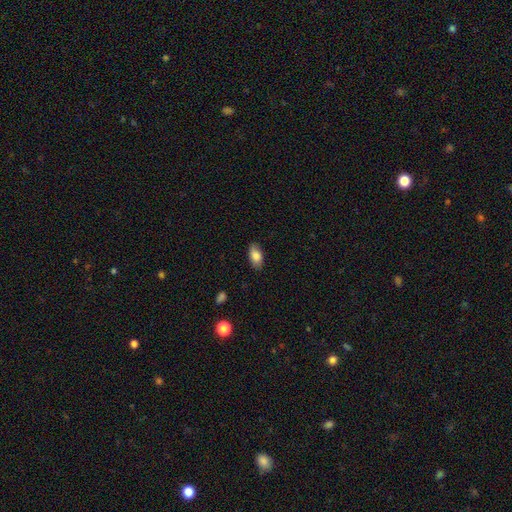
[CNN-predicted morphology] Smooth or featured?
  - smooth: 83% *
  - featured or disk: 10%
  - star or artifact: 7%
How rounded?
  - in between: 91% *
  - cigar-shaped: 5%
  - round: 4%
Merging?
  - none: 84% *
  - minor disturbance: 12%
  - major disturbance: 3%
  - merger: 1%